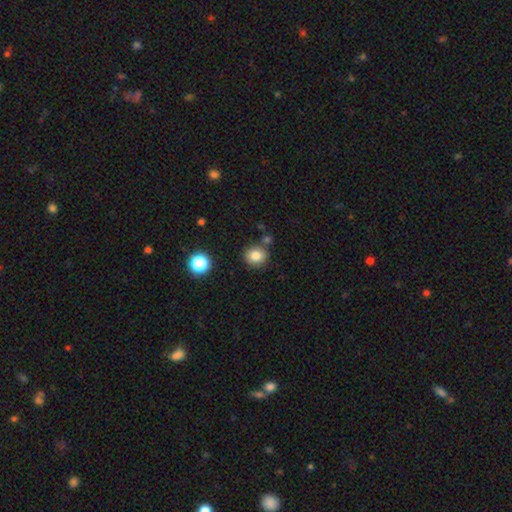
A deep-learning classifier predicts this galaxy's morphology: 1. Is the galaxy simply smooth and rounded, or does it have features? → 82% smooth, 12% star or artifact, 6% featured or disk.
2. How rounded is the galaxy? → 81% round, 18% in between, 1% cigar-shaped.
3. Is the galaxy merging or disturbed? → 79% none, 10% minor disturbance, 8% merger, 3% major disturbance.